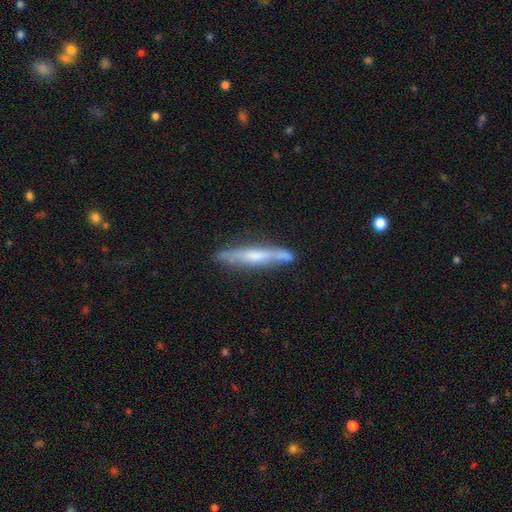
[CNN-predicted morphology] Smooth or featured? Predicted: featured or disk (p=0.57). Edge-on disk? Predicted: yes (p=0.88). Edge-on bulge? Predicted: rounded (p=0.42). Merging? Predicted: none (p=0.72).